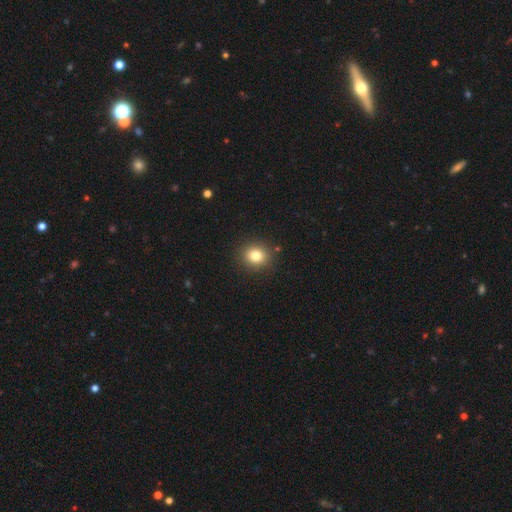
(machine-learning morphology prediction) This is clearly a smooth galaxy (81%). How rounded: likely round (78%). Merging: clearly none (89%).